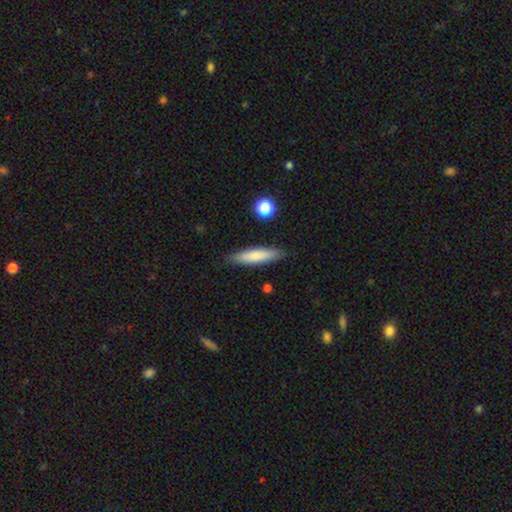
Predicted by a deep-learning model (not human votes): Q: Smooth or featured?
A: smooth (77%); runner-up: featured or disk (16%)
Q: How rounded?
A: cigar-shaped (82%); runner-up: in between (17%)
Q: Merging?
A: none (87%); runner-up: minor disturbance (9%)